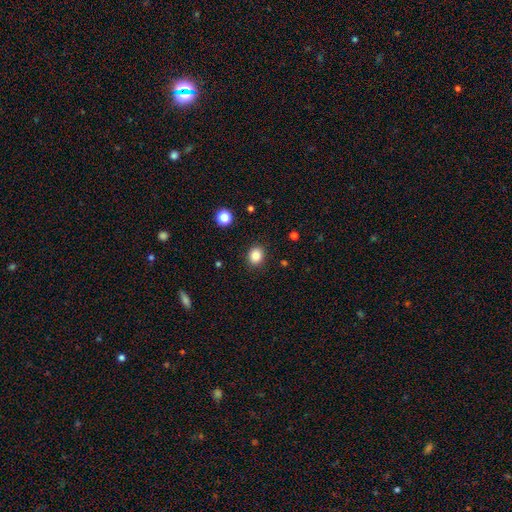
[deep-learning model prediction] Morphology: type=smooth (86%); roundness=round (67%); merging=none (89%).